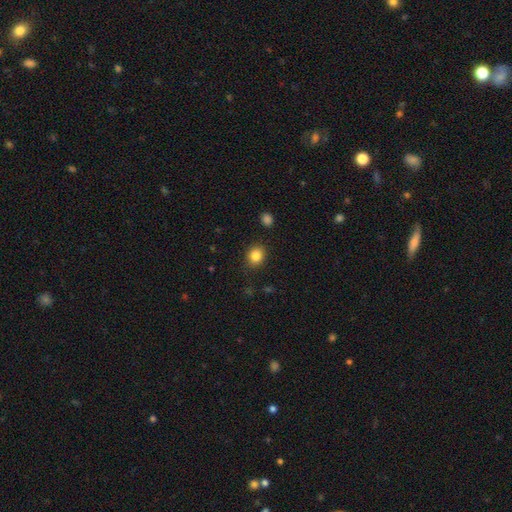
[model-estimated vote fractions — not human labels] This is clearly a smooth galaxy (84%). How rounded: likely round (64%). Merging: clearly none (87%).